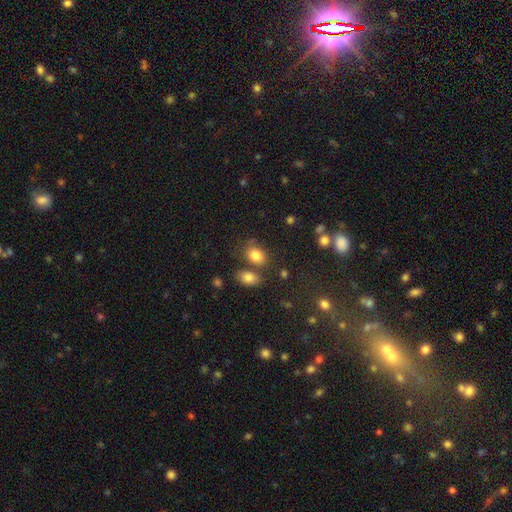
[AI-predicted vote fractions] The model was most divided on "merging": none: 59%, merger: 20%, minor disturbance: 15%, major disturbance: 6%. More confident: smooth or featured — smooth (83%); how rounded — in between (75%).